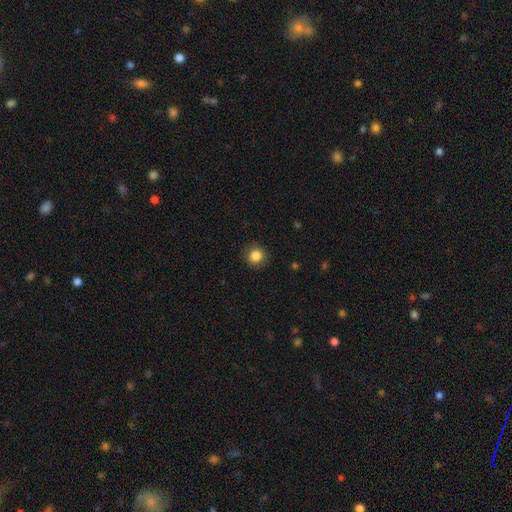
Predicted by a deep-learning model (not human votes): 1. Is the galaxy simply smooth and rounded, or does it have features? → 85% smooth, 10% star or artifact, 5% featured or disk.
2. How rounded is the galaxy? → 92% round, 7% in between, 1% cigar-shaped.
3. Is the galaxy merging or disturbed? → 89% none, 8% minor disturbance, 2% major disturbance, 1% merger.